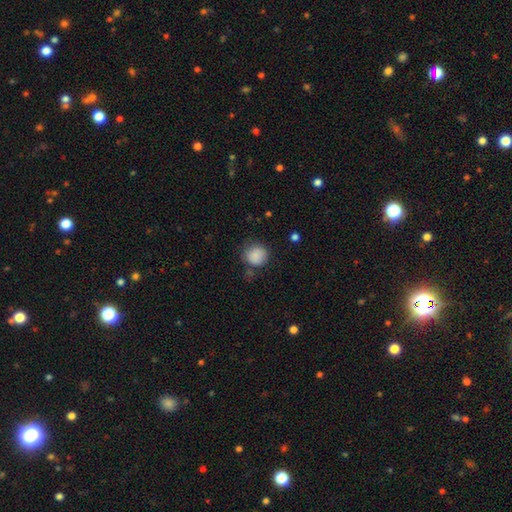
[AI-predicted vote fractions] Smooth or featured?
  - smooth: 86% *
  - star or artifact: 9%
  - featured or disk: 6%
How rounded?
  - round: 87% *
  - in between: 12%
  - cigar-shaped: 1%
Merging?
  - none: 70% *
  - minor disturbance: 20%
  - major disturbance: 6%
  - merger: 4%